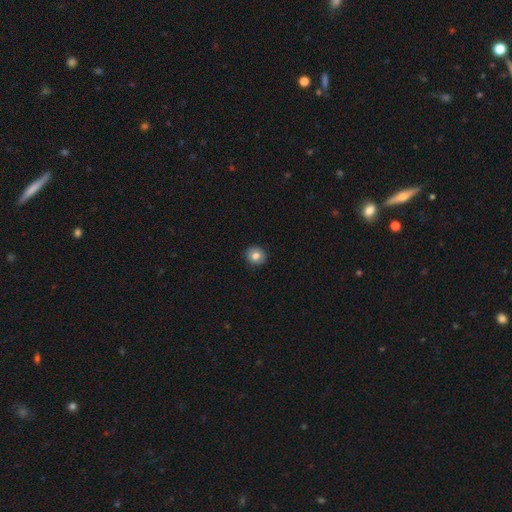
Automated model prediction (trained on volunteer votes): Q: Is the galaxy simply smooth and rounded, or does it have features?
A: smooth — 80%.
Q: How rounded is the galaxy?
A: round — 89%.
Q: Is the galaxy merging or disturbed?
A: none — 91%.